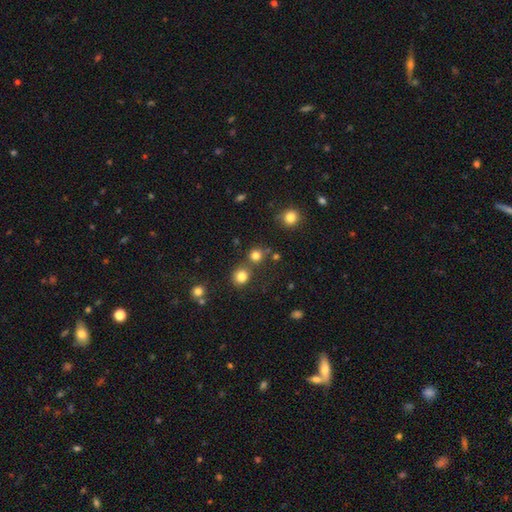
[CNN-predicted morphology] Smooth or featured?
  - smooth: 79% *
  - star or artifact: 15%
  - featured or disk: 5%
How rounded?
  - round: 90% *
  - in between: 9%
  - cigar-shaped: 1%
Merging?
  - none: 71% *
  - merger: 19%
  - minor disturbance: 7%
  - major disturbance: 3%